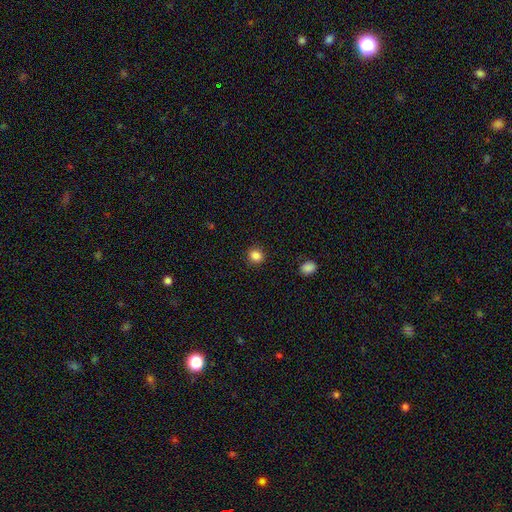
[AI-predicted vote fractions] Smooth or featured?
  - smooth: 85% *
  - star or artifact: 11%
  - featured or disk: 4%
How rounded?
  - round: 77% *
  - in between: 22%
  - cigar-shaped: 1%
Merging?
  - none: 90% *
  - minor disturbance: 7%
  - major disturbance: 2%
  - merger: 1%